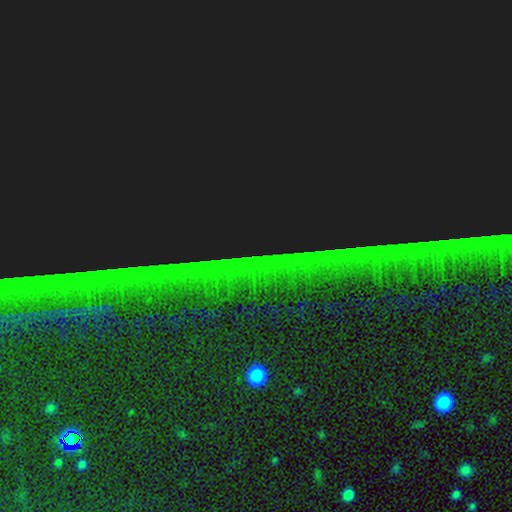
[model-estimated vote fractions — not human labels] A star or artifact, not a galaxy (86%).

Vote fractions:
- Smooth or featured? star or artifact: 86% / featured or disk: 7% / smooth: 7%